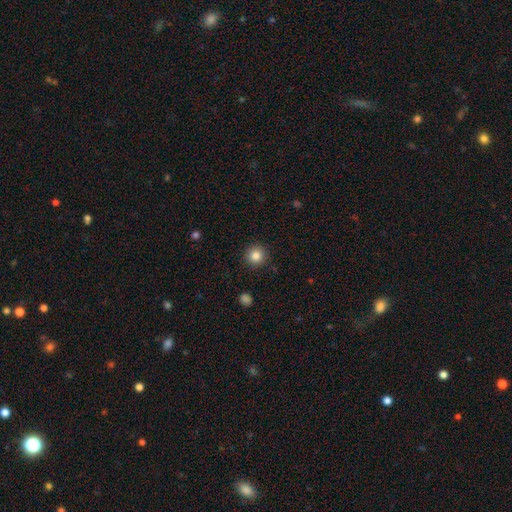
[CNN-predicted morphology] Overall: smooth (85%). How rounded: round (94%). Merging: none (91%).